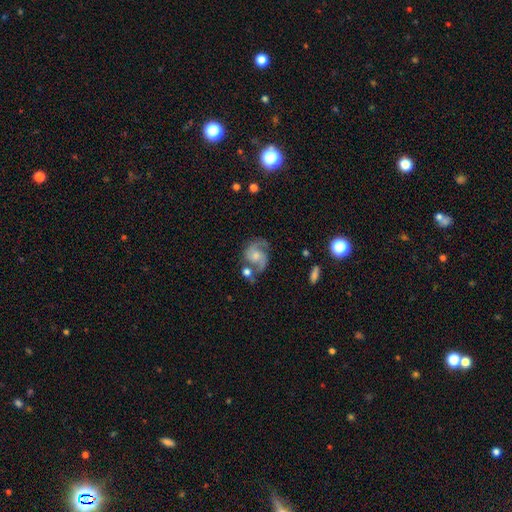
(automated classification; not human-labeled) Smooth or featured: featured or disk — 78% (smooth — 15%)
Edge-on disk: no — 98% (yes — 2%)
Bar: no — 66% (weak — 29%)
Spiral arms: yes — 95% (no — 5%)
Spiral winding: medium — 53% (loose — 26%)
Spiral arm count: 2 — 85% (can't tell — 5%)
Bulge size: moderate — 45% (small — 42%)
Merging: none — 50% (minor disturbance — 20%)